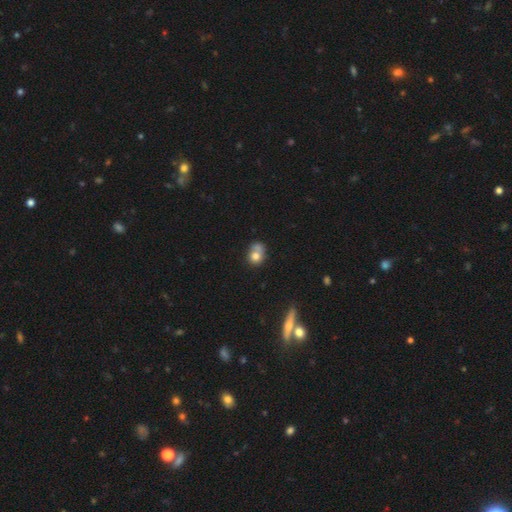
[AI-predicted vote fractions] Morphology: type=smooth (72%); roundness=round (57%); merging=merger (37%).